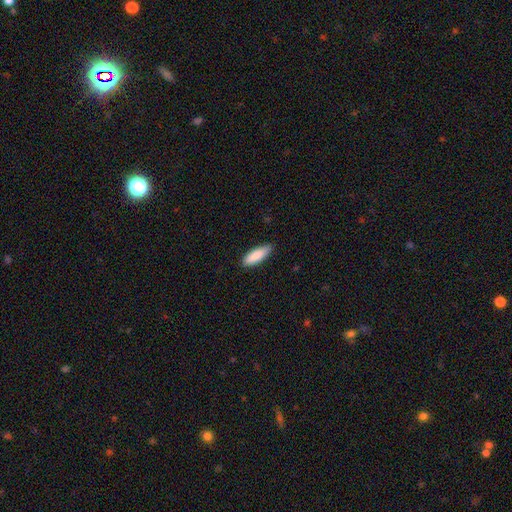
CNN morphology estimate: smooth-or-featured: smooth: 89% | featured or disk: 6% | star or artifact: 5%
  how-rounded: in between: 60% | cigar-shaped: 39% | round: 2%
  merging: none: 84% | minor disturbance: 13% | major disturbance: 2% | merger: 1%